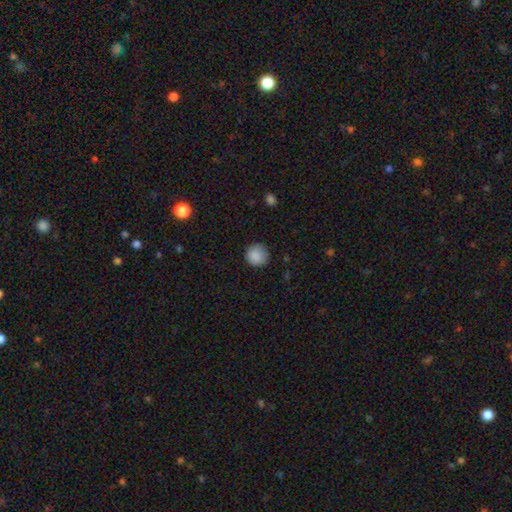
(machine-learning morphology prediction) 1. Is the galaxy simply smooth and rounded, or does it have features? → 88% smooth, 8% star or artifact, 4% featured or disk.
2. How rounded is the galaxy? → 93% round, 6% in between, 1% cigar-shaped.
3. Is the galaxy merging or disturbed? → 86% none, 10% minor disturbance, 3% major disturbance, 1% merger.